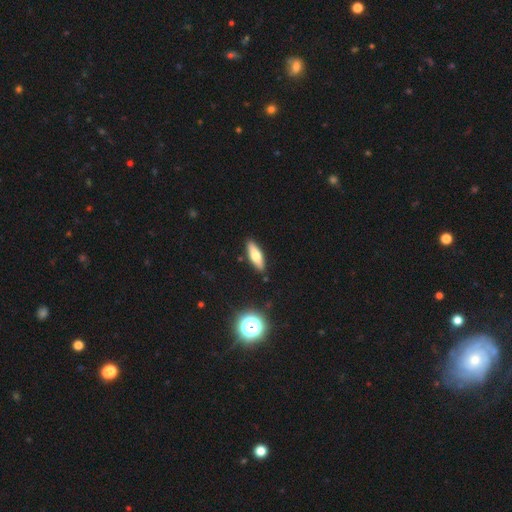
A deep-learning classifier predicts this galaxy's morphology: This appears to be a smooth galaxy with no disk features (61%) that is in between round and cigar-shaped (50%). Merging: none (88%).